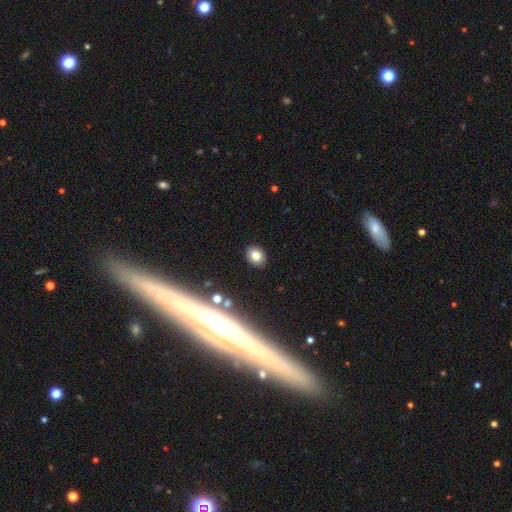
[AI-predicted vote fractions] Smooth or featured? Predicted: smooth (p=0.77). How rounded? Predicted: round (p=0.56). Merging? Predicted: none (p=0.89).